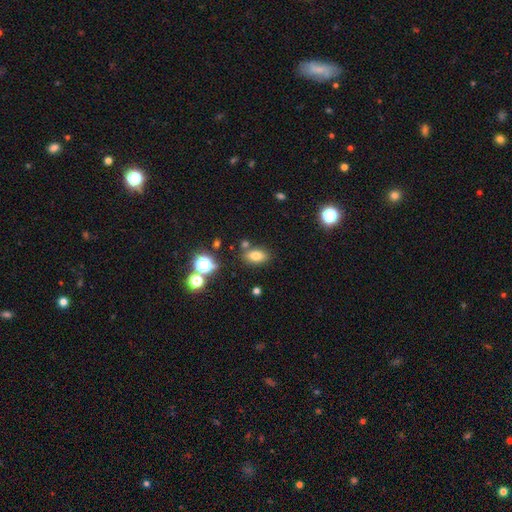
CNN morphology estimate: Smooth or featured? smooth (76%)
How rounded? in between (84%)
Merging? none (76%)